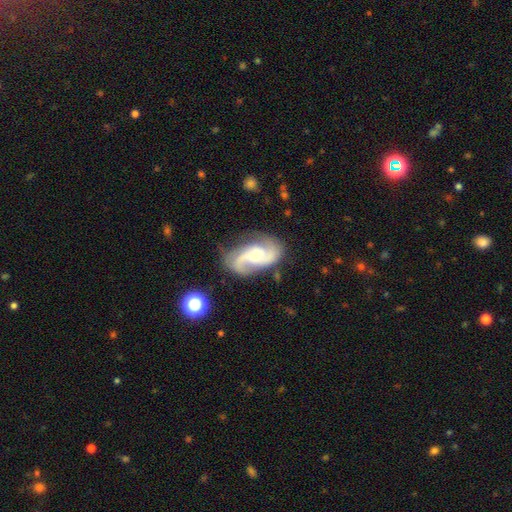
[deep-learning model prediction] featured or disk 84%, smooth 10%, star or artifact 6%. Down the decision tree: edge-on disk — no (97%); bar — no (46%); spiral arms — yes (97%); spiral arm count — 2 (86%); spiral winding — medium (48%); bulge size — small (36%); merging — none (66%).